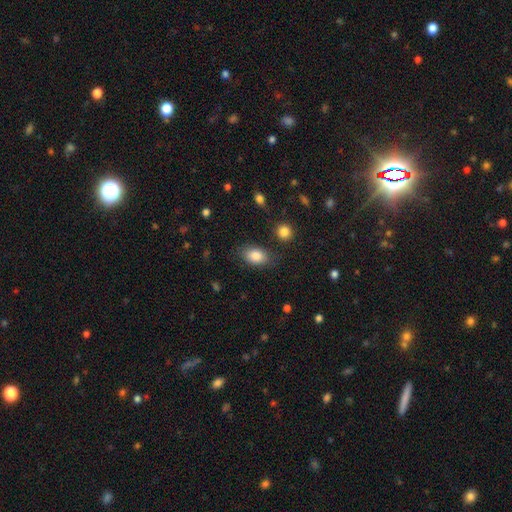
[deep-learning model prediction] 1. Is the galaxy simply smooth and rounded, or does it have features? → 85% smooth, 8% star or artifact, 7% featured or disk.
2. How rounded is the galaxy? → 87% in between, 11% round, 2% cigar-shaped.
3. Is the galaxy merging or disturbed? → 79% none, 14% minor disturbance, 4% major disturbance, 3% merger.